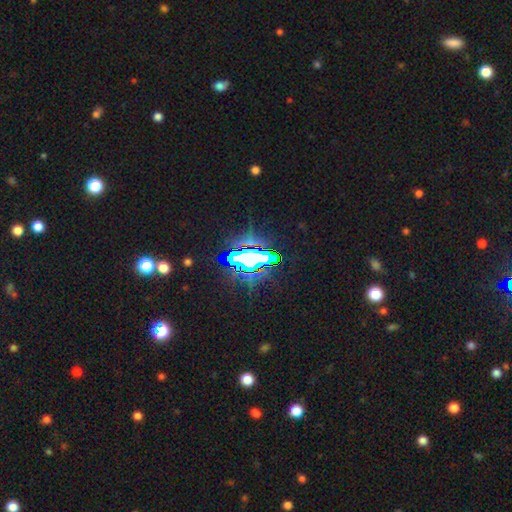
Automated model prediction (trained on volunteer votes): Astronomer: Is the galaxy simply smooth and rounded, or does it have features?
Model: star or artifact — 64%.